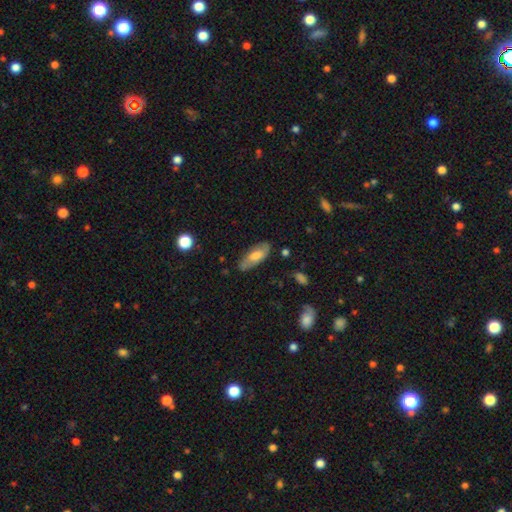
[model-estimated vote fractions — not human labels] smooth_or_featured: smooth (p=0.59) [alt: featured or disk p=0.35]
how_rounded: in between (p=0.78) [alt: cigar-shaped p=0.20]
merging: none (p=0.77) [alt: minor disturbance p=0.17]